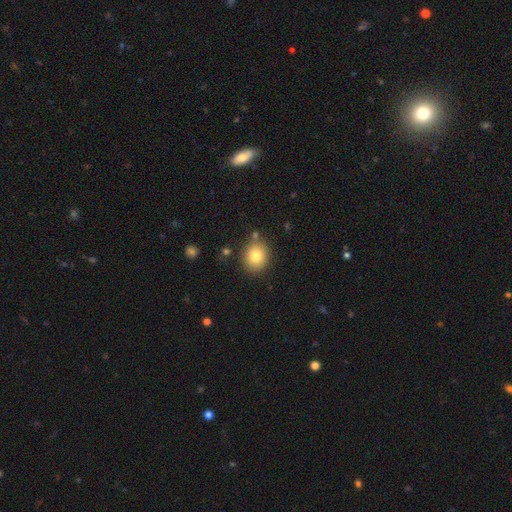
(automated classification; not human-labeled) Smooth or featured? smooth (79%)
How rounded? round (73%)
Merging? none (81%)